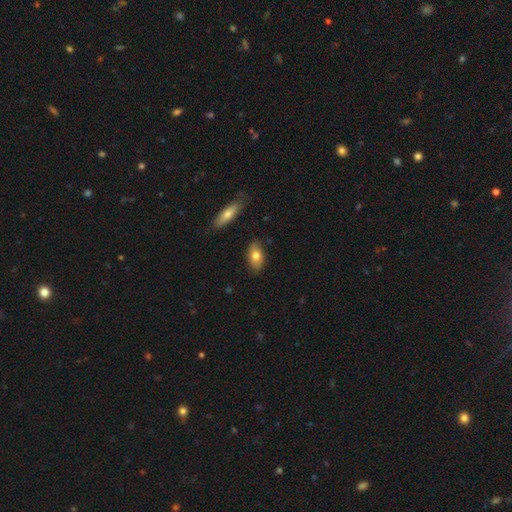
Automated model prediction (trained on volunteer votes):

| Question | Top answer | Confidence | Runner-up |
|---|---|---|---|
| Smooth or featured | smooth | 75% | featured or disk (18%) |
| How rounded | in between | 89% | round (5%) |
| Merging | none | 84% | minor disturbance (11%) |